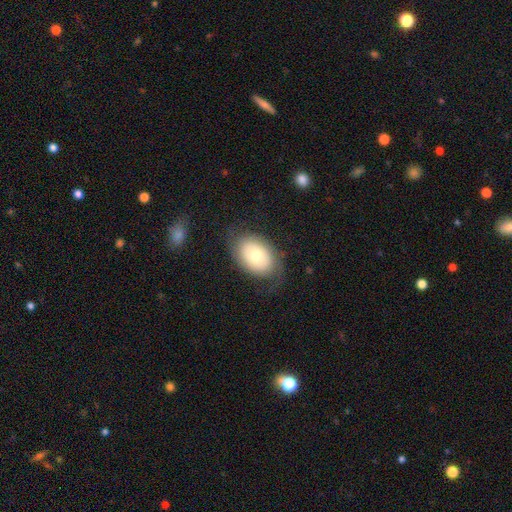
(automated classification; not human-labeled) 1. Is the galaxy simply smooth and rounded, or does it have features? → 62% smooth, 31% featured or disk, 7% star or artifact.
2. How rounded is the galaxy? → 81% in between, 18% round, 1% cigar-shaped.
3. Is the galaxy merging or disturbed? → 74% none, 16% minor disturbance, 8% major disturbance, 1% merger.